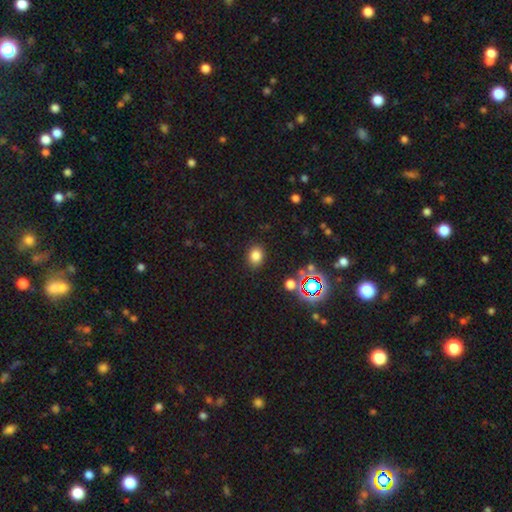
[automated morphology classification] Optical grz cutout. It shows a smooth galaxy with no disk features (78%) that is in between round and cigar-shaped (50%). Merging: none (86%).